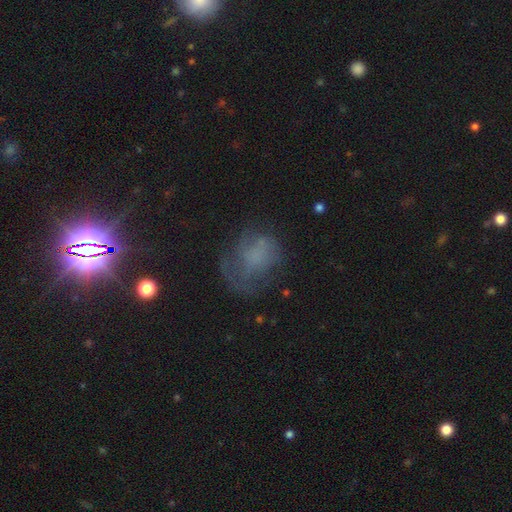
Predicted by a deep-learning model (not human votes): Smooth or featured? smooth (44%)
Merging? none (44%)